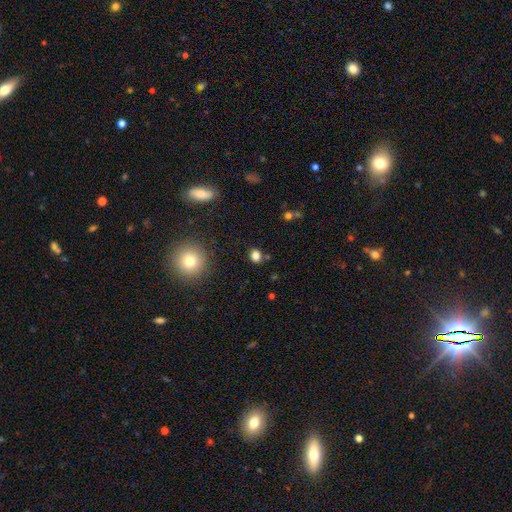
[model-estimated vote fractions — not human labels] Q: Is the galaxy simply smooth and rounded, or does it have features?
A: smooth — 81%.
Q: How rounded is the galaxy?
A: round — 63%.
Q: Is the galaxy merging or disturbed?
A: none — 85%.